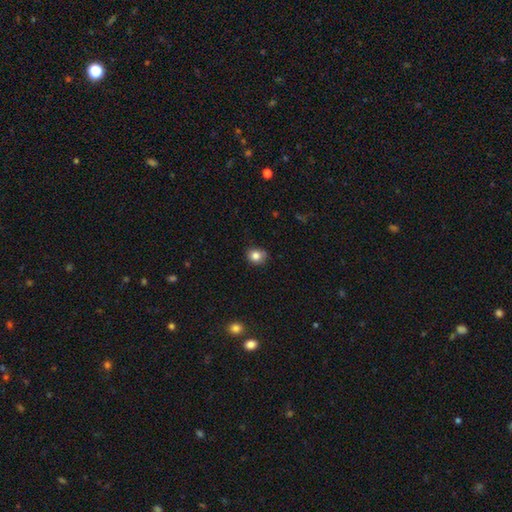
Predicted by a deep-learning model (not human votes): Smooth or featured: smooth — 84% (star or artifact — 11%)
How rounded: round — 78% (in between — 21%)
Merging: none — 82% (minor disturbance — 14%)